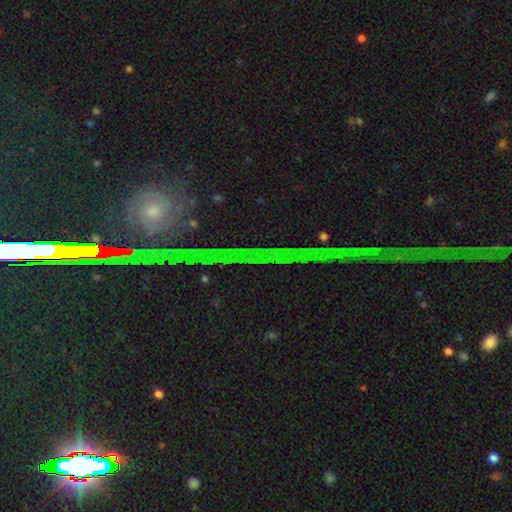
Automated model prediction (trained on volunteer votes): Overall: star or artifact (74%).